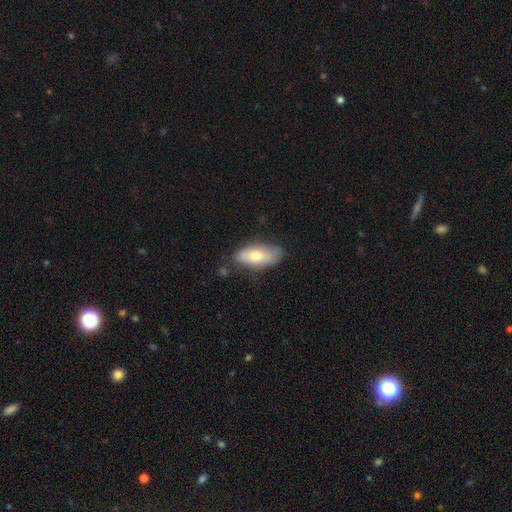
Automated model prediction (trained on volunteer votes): Morphology: type=smooth (73%); roundness=in between (85%); merging=none (71%).